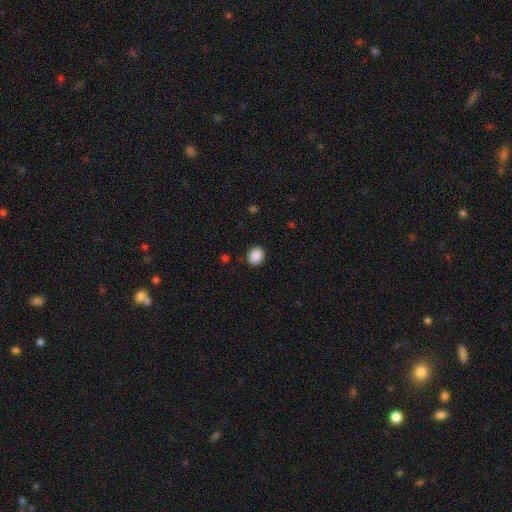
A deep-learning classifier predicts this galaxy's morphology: type=smooth (89%); roundness=round (54%); merging=none (87%).